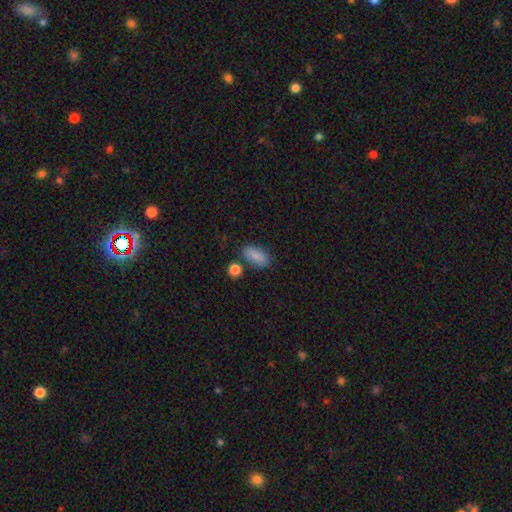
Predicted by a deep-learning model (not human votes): Smooth or featured? Predicted: smooth (p=0.86). How rounded? Predicted: in between (p=0.88). Merging? Predicted: none (p=0.76).